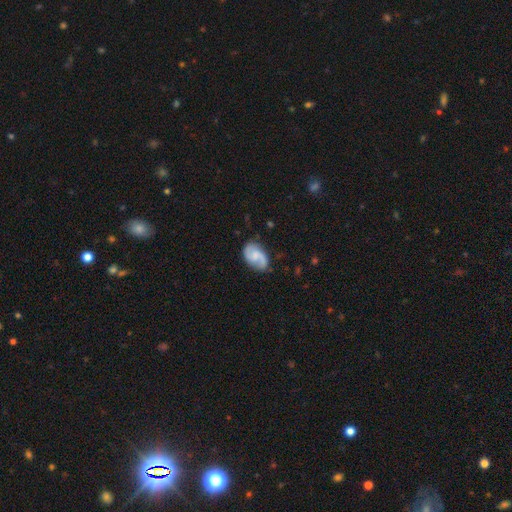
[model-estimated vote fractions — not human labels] This is likely a featured or disk galaxy (64%). It is clearly not viewed edge-on (97%). Bar: possibly no (51%). Spiral arm pattern: clearly yes (93%). Spiral arm count: clearly 2 (83%). Spiral winding: marginally medium (42%). Central bulge: marginally none (35%). Merging: likely none (71%).